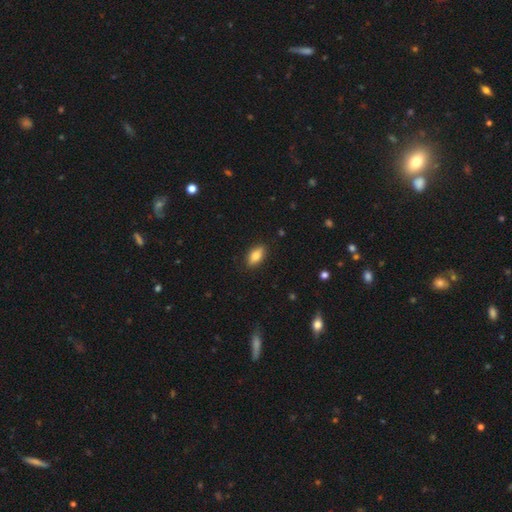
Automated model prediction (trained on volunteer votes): This appears to be a smooth galaxy with no disk features (81%) that is in between round and cigar-shaped (86%). Merging: none (87%).